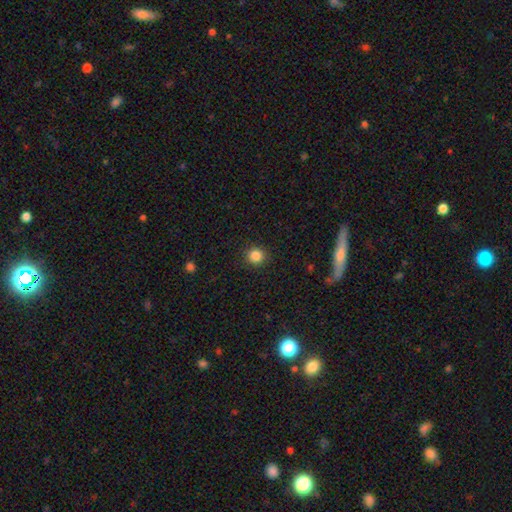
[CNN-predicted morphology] type=smooth (84%); roundness=round (91%); merging=none (91%).